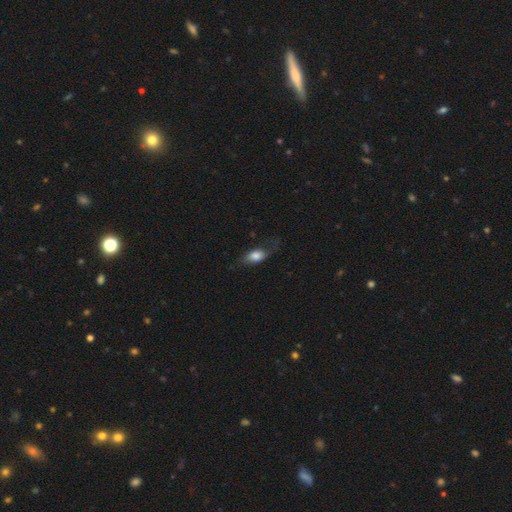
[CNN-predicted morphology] Smooth or featured: smooth — 72% (featured or disk — 20%)
How rounded: in between — 81% (round — 10%)
Merging: none — 49% (minor disturbance — 28%)